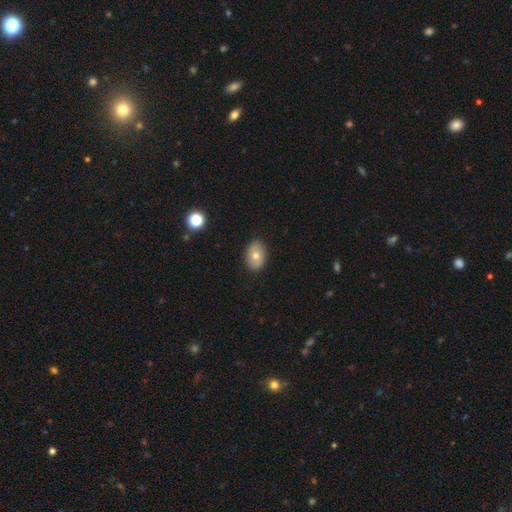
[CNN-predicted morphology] smooth_or_featured: smooth (p=0.71) [alt: featured or disk p=0.21]
how_rounded: in between (p=0.83) [alt: round p=0.16]
merging: none (p=0.87) [alt: minor disturbance p=0.09]